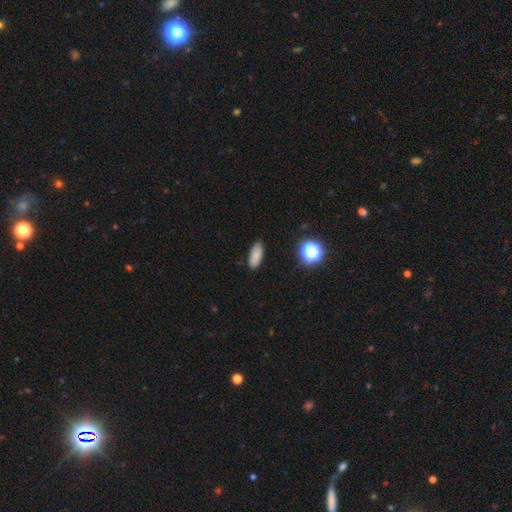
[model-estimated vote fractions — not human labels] smooth 82%, star or artifact 11%, featured or disk 7%. Down the decision tree: how rounded — in between (79%); merging — none (84%).